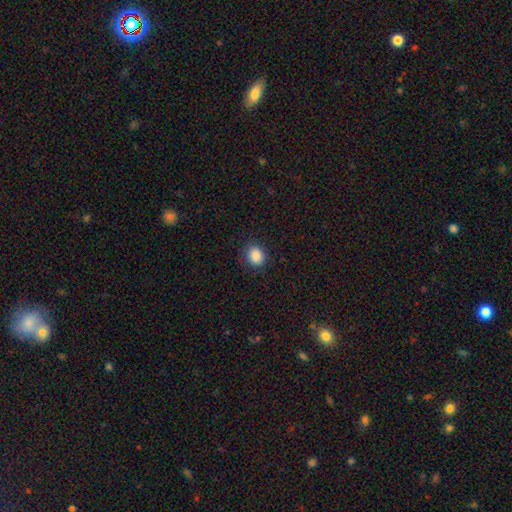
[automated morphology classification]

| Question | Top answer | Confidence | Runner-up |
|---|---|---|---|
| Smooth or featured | smooth | 88% | star or artifact (9%) |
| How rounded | round | 62% | in between (37%) |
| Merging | none | 86% | minor disturbance (10%) |